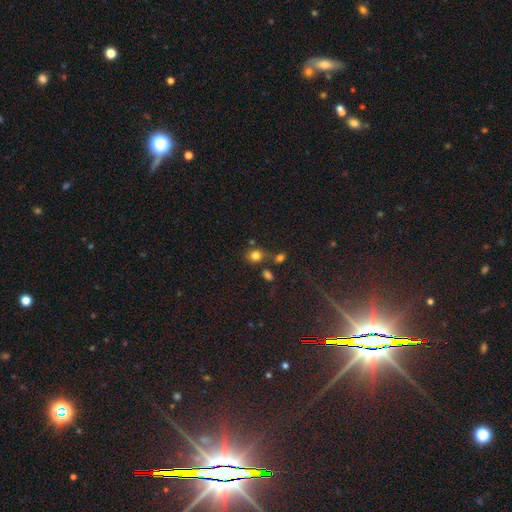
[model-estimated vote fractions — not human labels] smooth-or-featured: smooth: 79% | star or artifact: 15% | featured or disk: 7%
  how-rounded: round: 82% | in between: 17% | cigar-shaped: 1%
  merging: none: 66% | merger: 17% | minor disturbance: 12% | major disturbance: 5%